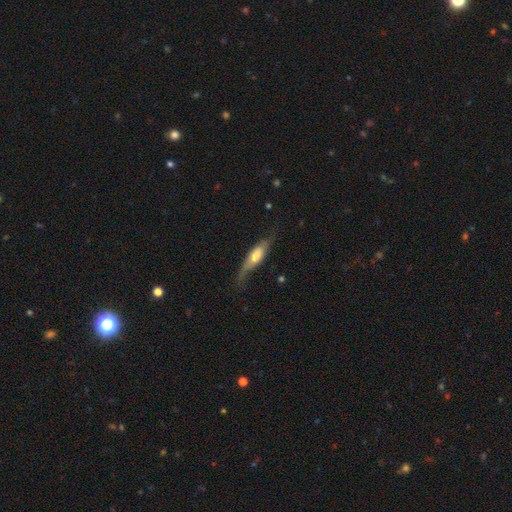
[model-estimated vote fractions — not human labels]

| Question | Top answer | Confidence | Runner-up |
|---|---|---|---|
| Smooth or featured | smooth | 50% | featured or disk (44%) |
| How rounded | cigar-shaped | 52% | in between (45%) |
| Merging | none | 48% | minor disturbance (32%) |